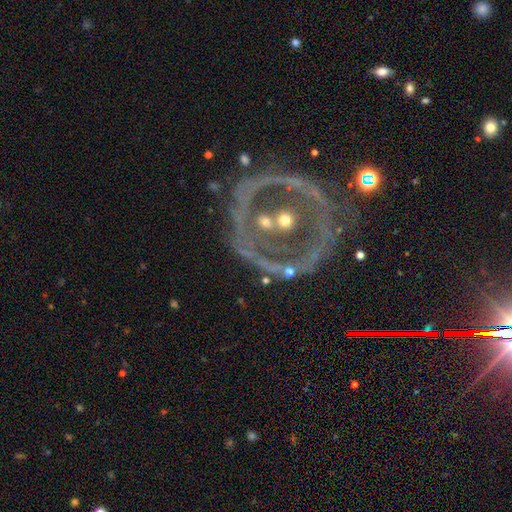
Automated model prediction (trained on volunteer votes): smooth_or_featured: featured or disk (p=0.68) [alt: star or artifact p=0.21]
disk_edge_on: no (p=0.91) [alt: yes p=0.09]
bar: no (p=0.62) [alt: strong p=0.20]
has_spiral_arms: no (p=0.72) [alt: yes p=0.28]
bulge_size: moderate (p=0.43) [alt: small p=0.38]
merging: none (p=0.64) [alt: major disturbance p=0.17]